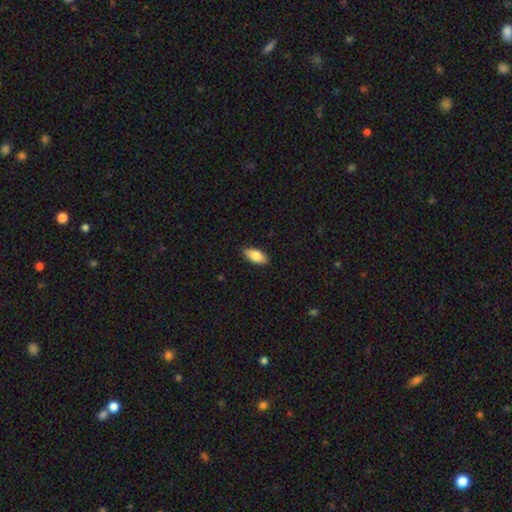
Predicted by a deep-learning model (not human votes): A smooth galaxy with no disk features (85%) that is in between round and cigar-shaped (91%). Merging: none (89%).